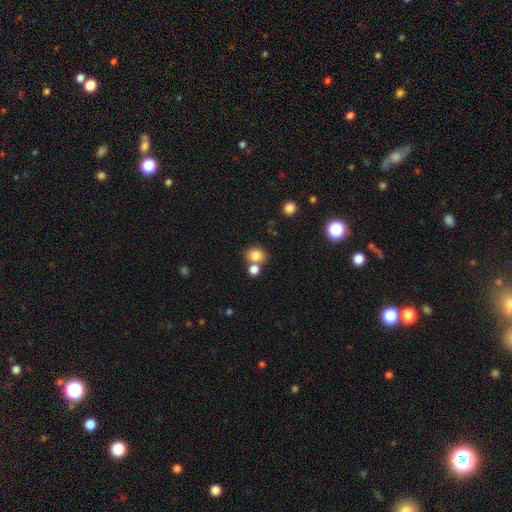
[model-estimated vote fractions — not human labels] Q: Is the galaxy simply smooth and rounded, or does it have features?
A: smooth — 81%.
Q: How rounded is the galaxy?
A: round — 66%.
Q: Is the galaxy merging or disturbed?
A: none — 58%.